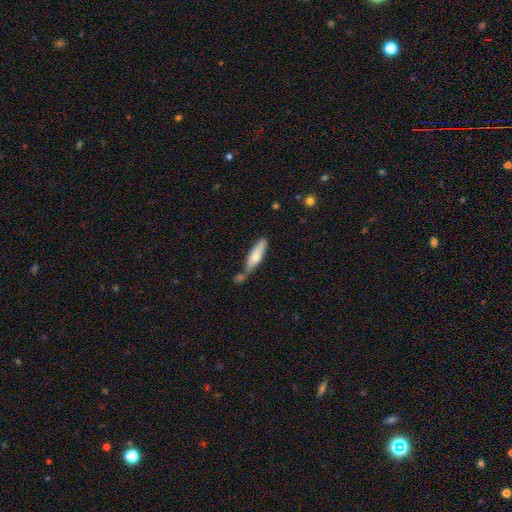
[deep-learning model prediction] A smooth galaxy with no disk features (71%) that is cigar-shaped (62%). Merging: none (44%).